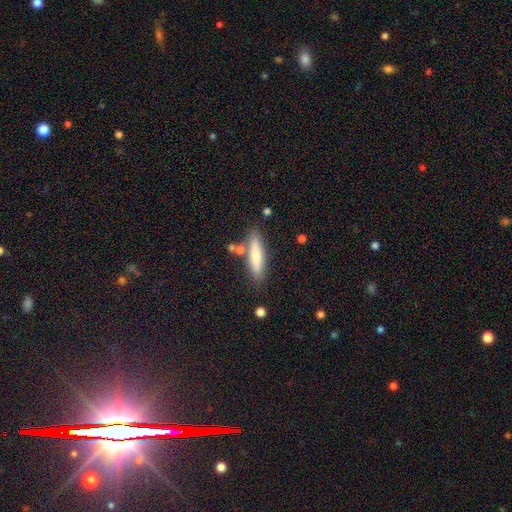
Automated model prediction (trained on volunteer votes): smooth 69%, featured or disk 24%, star or artifact 7%. Down the decision tree: how rounded — cigar-shaped (75%); merging — none (78%).